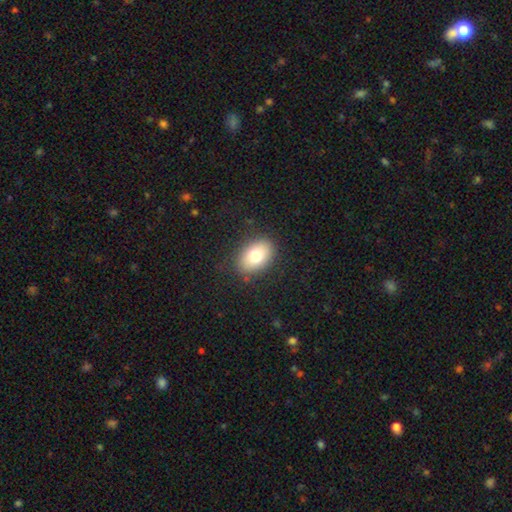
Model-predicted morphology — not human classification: A smooth galaxy with no disk features (76%) that is in between round and cigar-shaped (81%).

Vote fractions:
- Smooth or featured? smooth: 76% / featured or disk: 15% / star or artifact: 9%
- How rounded? in between: 81% / round: 18% / cigar-shaped: 1%
- Merging? none: 86% / minor disturbance: 10% / major disturbance: 3% / merger: 1%